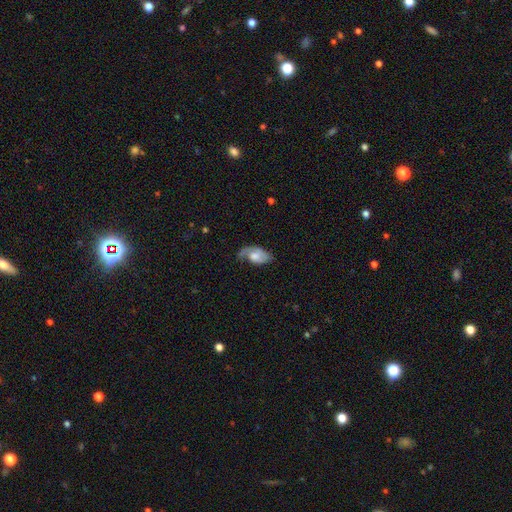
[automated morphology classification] smooth-or-featured: featured or disk: 59% | smooth: 35% | star or artifact: 6%
  disk-edge-on: no: 93% | yes: 7%
    bar: no: 73% | weak: 23% | strong: 4%
    has-spiral-arms: yes: 83% | no: 17%
    bulge-size: moderate: 47% | large: 28% | small: 17% | none: 6% | dominant: 3%
  merging: none: 43% | minor disturbance: 30% | major disturbance: 25% | merger: 2%